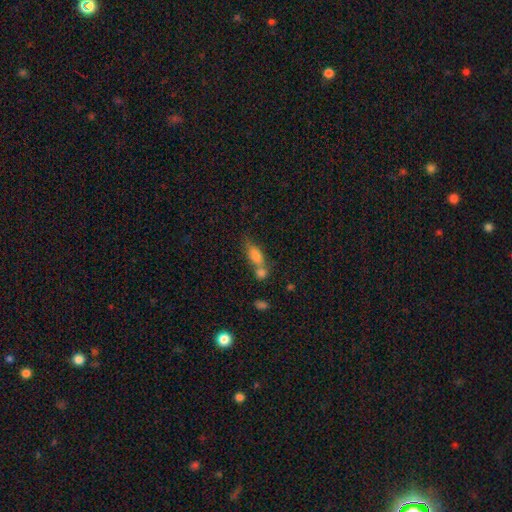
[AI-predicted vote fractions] The model was most divided on "merging": merger: 51%, none: 30%, minor disturbance: 12%, major disturbance: 7%. More confident: smooth or featured — smooth (77%); how rounded — in between (75%).